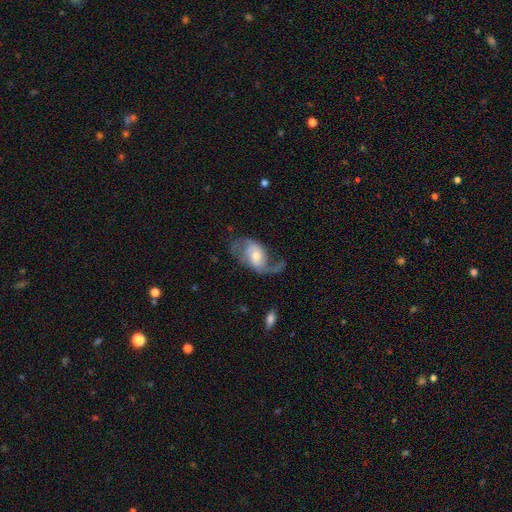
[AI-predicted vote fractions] featured or disk 75%, smooth 19%, star or artifact 6%. Down the decision tree: edge-on disk — no (96%); bar — no (49%); spiral arms — yes (88%); spiral arm count — 2 (69%); spiral winding — loose (60%); bulge size — moderate (58%); merging — none (42%).